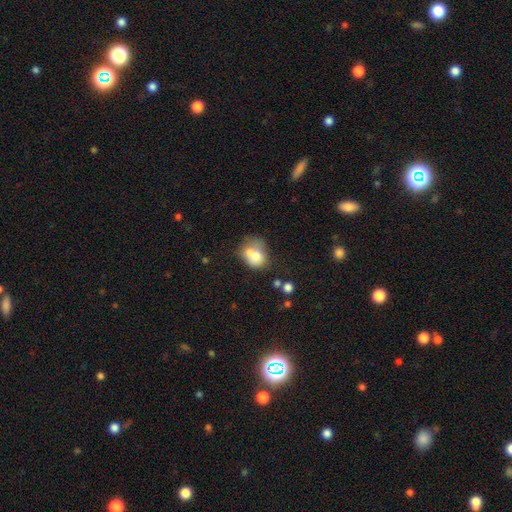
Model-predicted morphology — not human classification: This appears to be a smooth galaxy with no disk features (69%) that is round (52%). Merging: merger (51%).